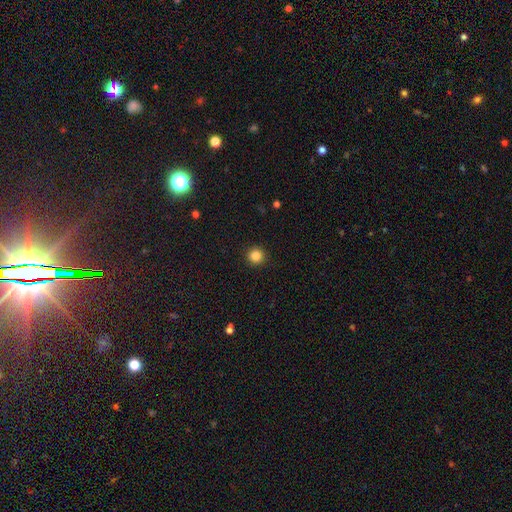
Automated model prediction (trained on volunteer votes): This appears to be a smooth galaxy with no disk features (85%) that is round (95%). Merging: none (93%).